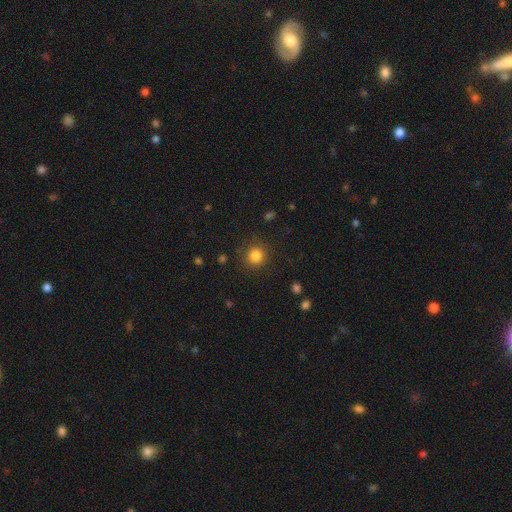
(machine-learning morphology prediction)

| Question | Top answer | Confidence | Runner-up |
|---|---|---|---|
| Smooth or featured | smooth | 83% | star or artifact (12%) |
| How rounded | round | 92% | in between (7%) |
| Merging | none | 87% | minor disturbance (8%) |